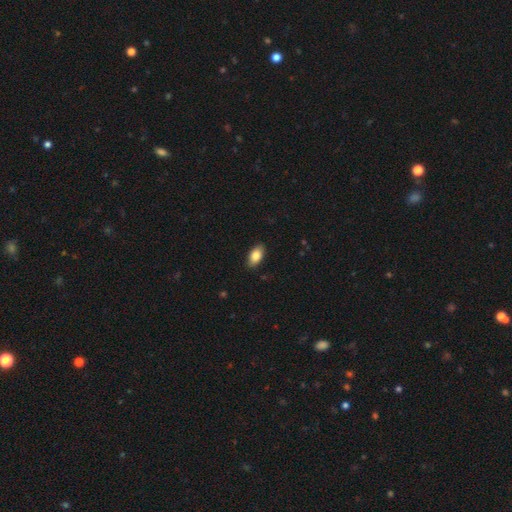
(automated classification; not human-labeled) Smooth or featured?
  - smooth: 86% *
  - featured or disk: 7%
  - star or artifact: 7%
How rounded?
  - in between: 92% *
  - round: 4%
  - cigar-shaped: 3%
Merging?
  - none: 88% *
  - minor disturbance: 9%
  - major disturbance: 2%
  - merger: 1%